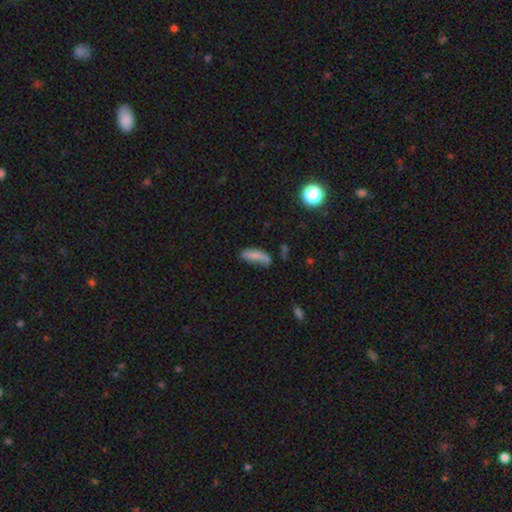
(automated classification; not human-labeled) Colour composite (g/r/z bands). It shows a smooth galaxy with no disk features (75%) that is in between round and cigar-shaped (65%). Merging: none (46%).